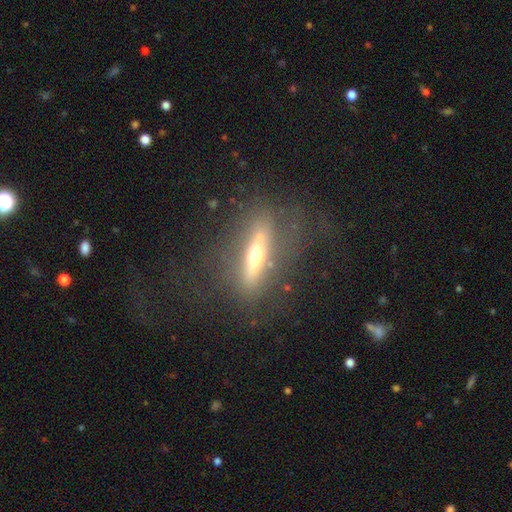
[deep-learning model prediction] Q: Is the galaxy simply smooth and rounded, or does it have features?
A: featured or disk — 54%.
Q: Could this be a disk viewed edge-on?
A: yes — 69%.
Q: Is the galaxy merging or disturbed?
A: none — 62%.